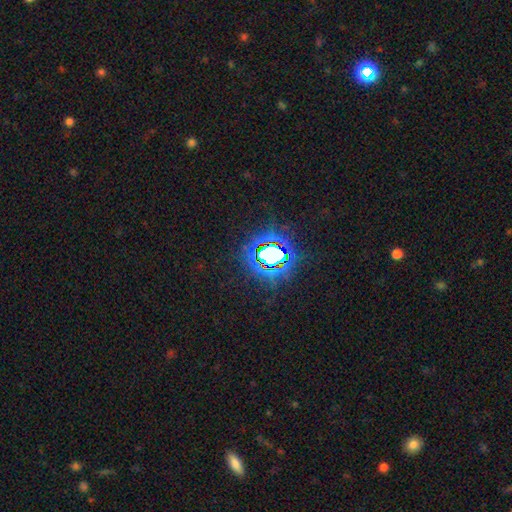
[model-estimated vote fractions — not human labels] Smooth or featured? Predicted: star or artifact (p=0.83).